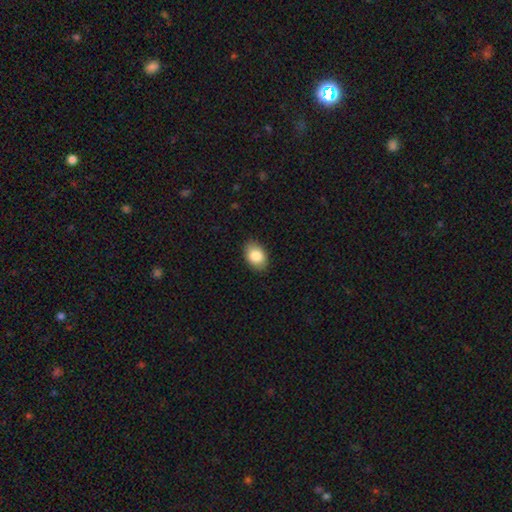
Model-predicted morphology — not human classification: Smooth or featured? Predicted: smooth (p=0.86). How rounded? Predicted: in between (p=0.84). Merging? Predicted: none (p=0.87).